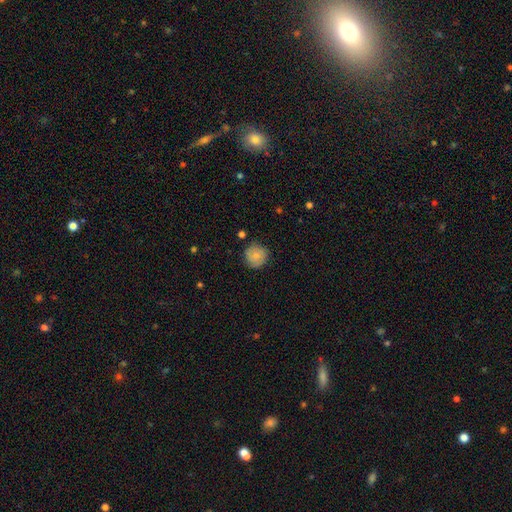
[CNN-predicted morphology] This appears to be a smooth galaxy with no disk features (76%) that is round (91%). Merging: none (76%).